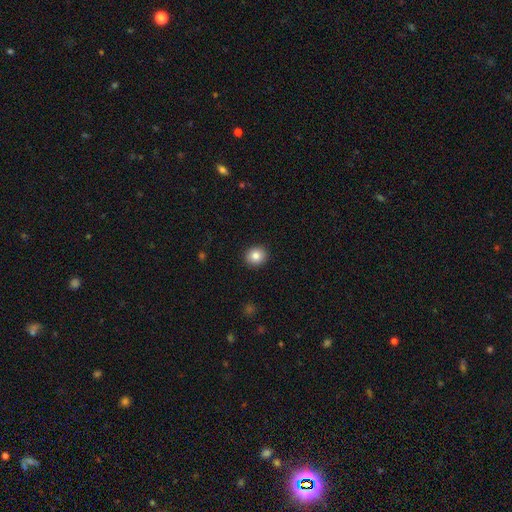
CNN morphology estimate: type=smooth (84%); roundness=round (80%); merging=none (92%).